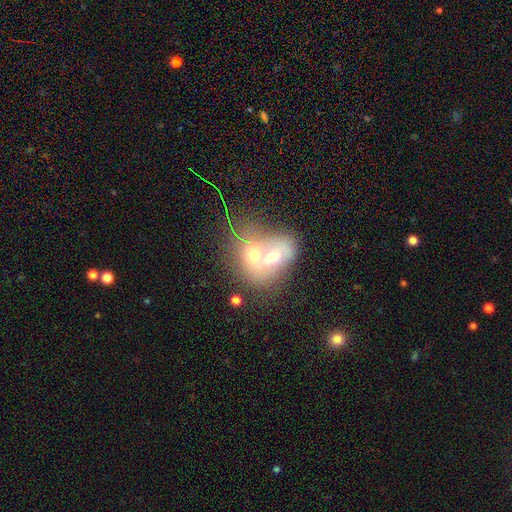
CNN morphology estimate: type=smooth (43%); merging=merger (77%).